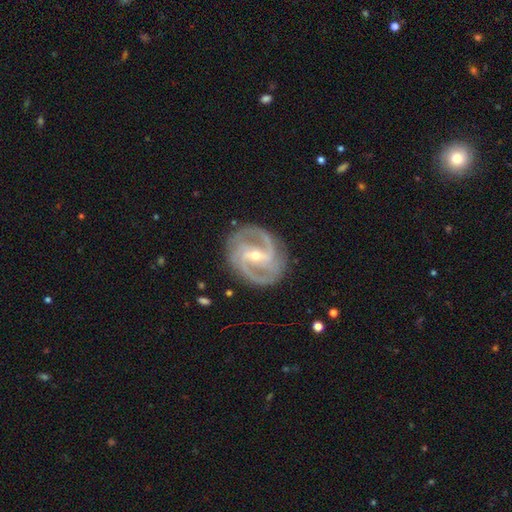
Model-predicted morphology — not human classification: Q: Smooth or featured?
A: featured or disk (92%); runner-up: star or artifact (4%)
Q: Edge-on disk?
A: no (97%); runner-up: yes (3%)
Q: Bar?
A: strong (49%); runner-up: weak (37%)
Q: Spiral arms?
A: yes (98%); runner-up: no (2%)
Q: Spiral winding?
A: medium (56%); runner-up: tight (31%)
Q: Spiral arm count?
A: 2 (72%); runner-up: 3 (16%)
Q: Bulge size?
A: small (57%); runner-up: moderate (40%)
Q: Merging?
A: none (82%); runner-up: minor disturbance (12%)